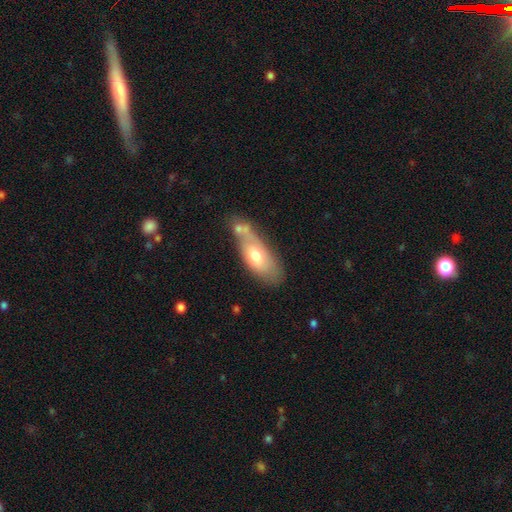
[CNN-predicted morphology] This appears to be a smooth galaxy with no disk features (62%) that is in between round and cigar-shaped (77%). Merging: none (43%).